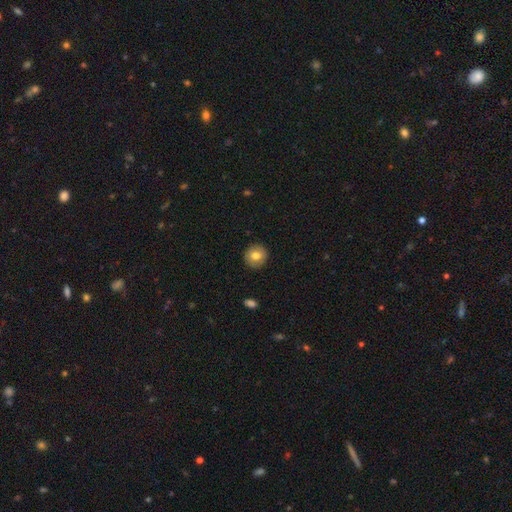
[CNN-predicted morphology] type=smooth (74%); roundness=round (91%); merging=none (90%).